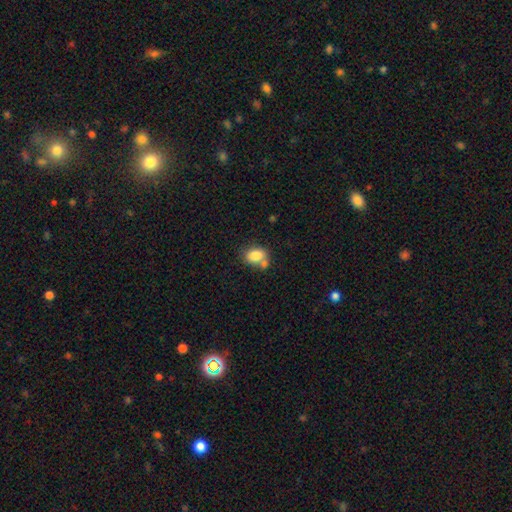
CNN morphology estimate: A smooth galaxy with no disk features (82%) that is in between round and cigar-shaped (72%).

Vote fractions:
- Smooth or featured? smooth: 82% / featured or disk: 9% / star or artifact: 9%
- How rounded? in between: 72% / round: 26% / cigar-shaped: 1%
- Merging? none: 45% / merger: 34% / minor disturbance: 15% / major disturbance: 6%